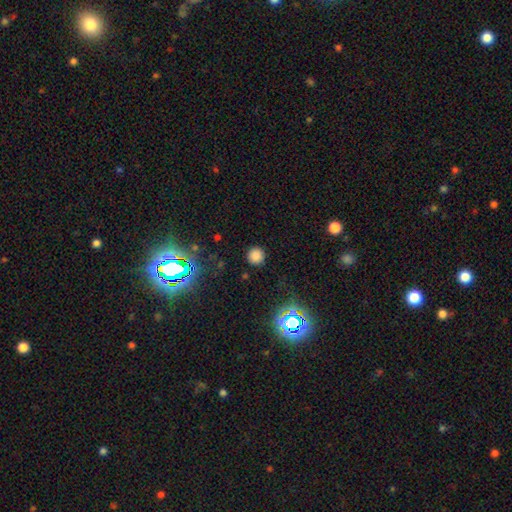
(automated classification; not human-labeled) smooth-or-featured: smooth: 76% | star or artifact: 19% | featured or disk: 5%
  how-rounded: round: 95% | in between: 4% | cigar-shaped: 1%
  merging: none: 89% | minor disturbance: 7% | major disturbance: 3% | merger: 2%